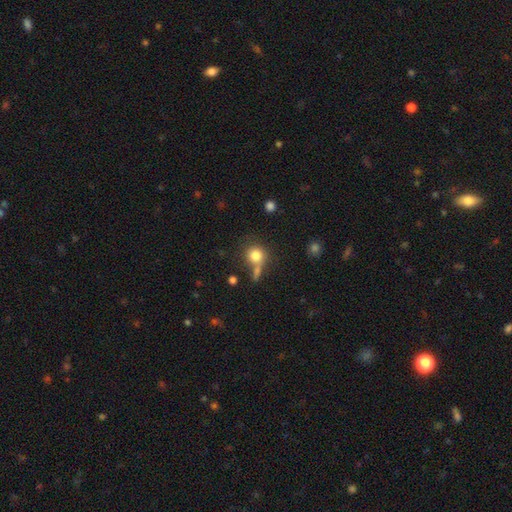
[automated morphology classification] Smooth or featured? Predicted: smooth (p=0.80). How rounded? Predicted: round (p=0.88). Merging? Predicted: none (p=0.57).